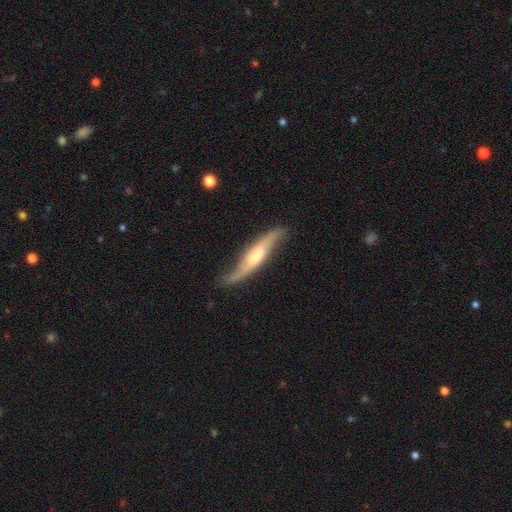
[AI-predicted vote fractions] This is likely a featured or disk galaxy (75%). It is possibly not viewed edge-on (53%). Merging: likely none (73%).